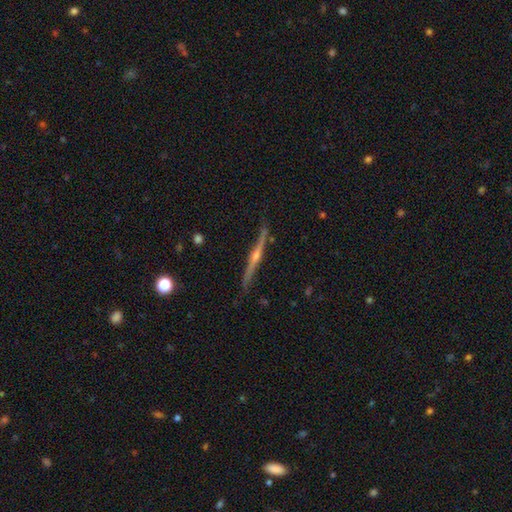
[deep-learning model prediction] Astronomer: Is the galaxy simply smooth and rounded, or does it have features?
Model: featured or disk — 84%.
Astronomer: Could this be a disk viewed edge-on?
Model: yes — 98%.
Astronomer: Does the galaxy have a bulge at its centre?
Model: rounded — 90%.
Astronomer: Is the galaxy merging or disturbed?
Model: none — 85%.